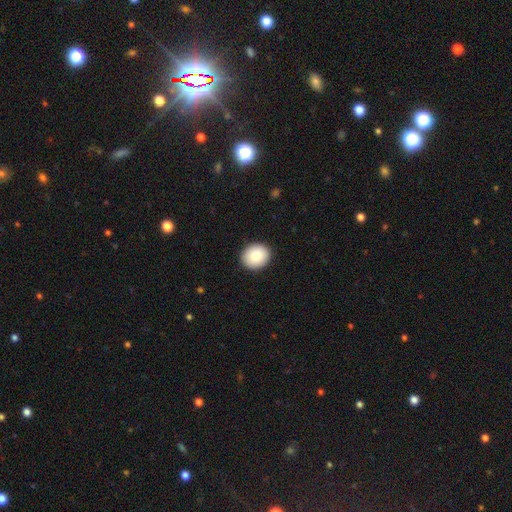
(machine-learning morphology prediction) type=smooth (79%); roundness=round (76%); merging=none (92%).